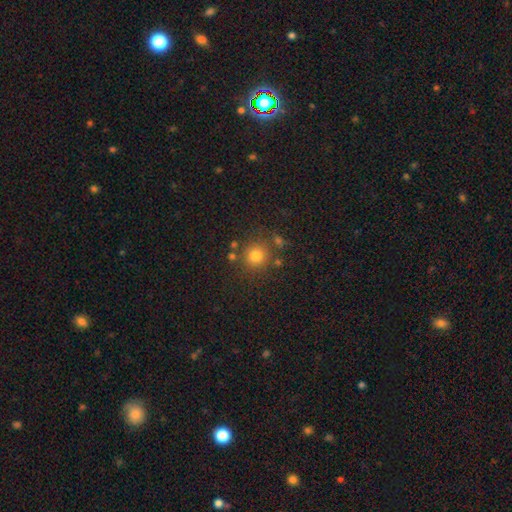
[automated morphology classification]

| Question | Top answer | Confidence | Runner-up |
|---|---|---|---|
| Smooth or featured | smooth | 77% | star or artifact (16%) |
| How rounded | round | 92% | in between (7%) |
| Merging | none | 80% | minor disturbance (9%) |